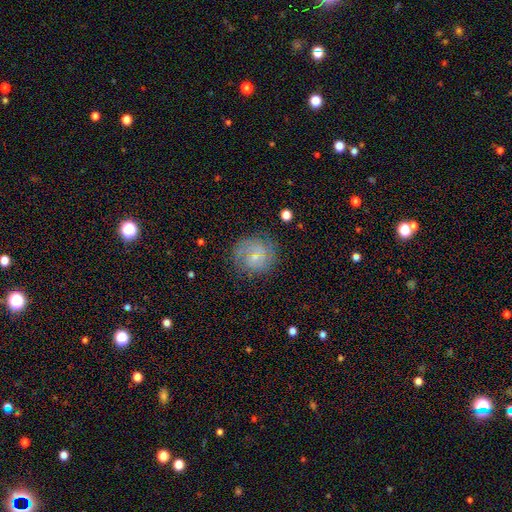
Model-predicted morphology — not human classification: Smooth or featured? featured or disk (53%)
Edge-on disk? no (98%)
Bar? no (63%)
Spiral arms? yes (82%)
Bulge size? small (75%)
Merging? none (73%)